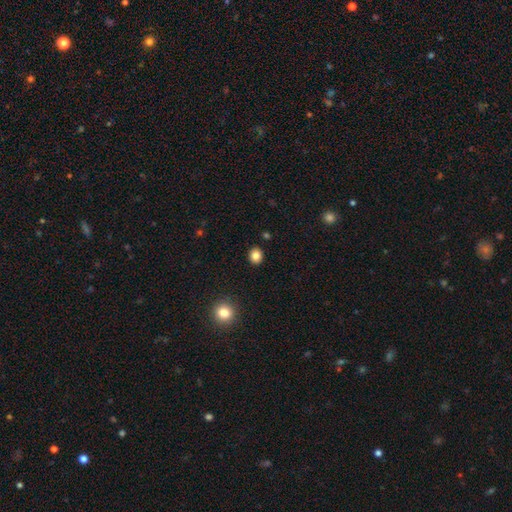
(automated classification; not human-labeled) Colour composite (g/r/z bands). It shows a smooth galaxy with no disk features (84%) that is round (74%). Merging: none (91%).